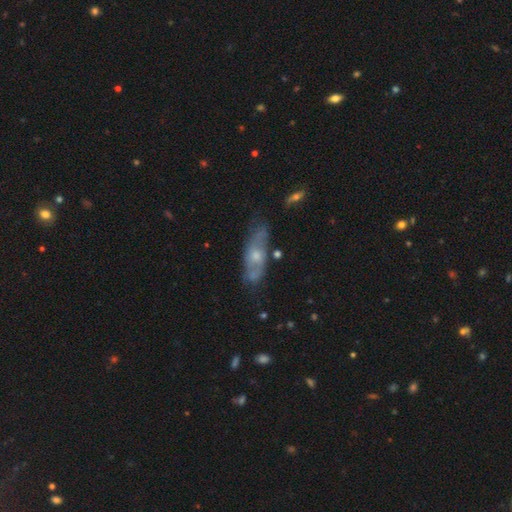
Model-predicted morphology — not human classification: A featured or disk galaxy (59%). Merging: none (64%).